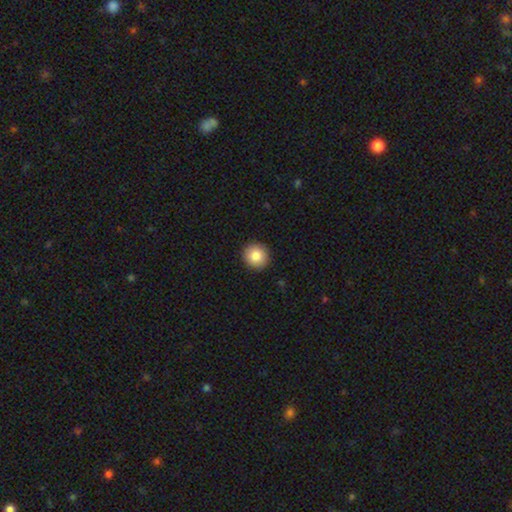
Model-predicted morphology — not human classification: Overall: smooth (85%). How rounded: round (93%). Merging: none (92%).